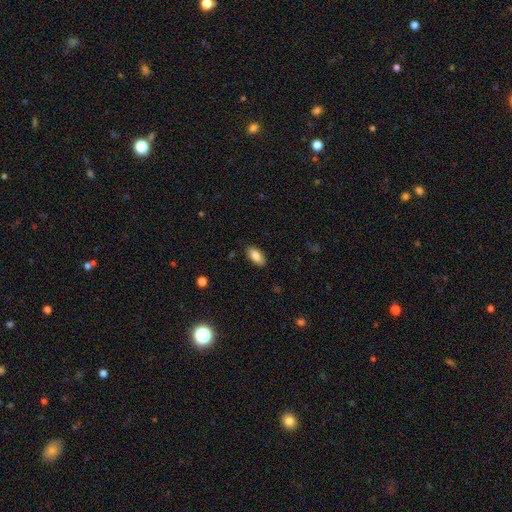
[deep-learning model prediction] Smooth or featured? Predicted: smooth (p=0.84). How rounded? Predicted: in between (p=0.90). Merging? Predicted: none (p=0.87).